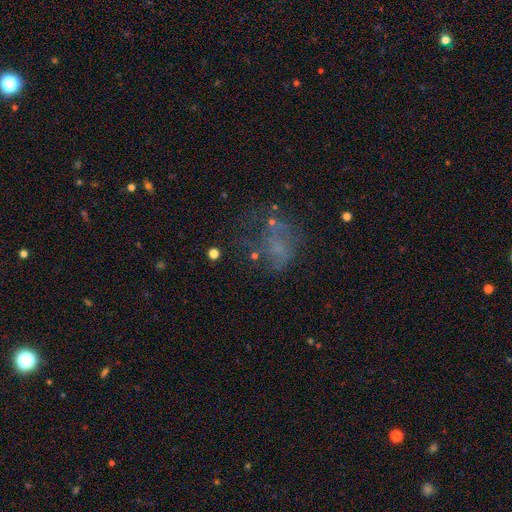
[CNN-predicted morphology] Smooth or featured?
  - featured or disk: 43% *
  - smooth: 35%
  - star or artifact: 21%
Merging?
  - none: 38% *
  - major disturbance: 37%
  - minor disturbance: 20%
  - merger: 6%